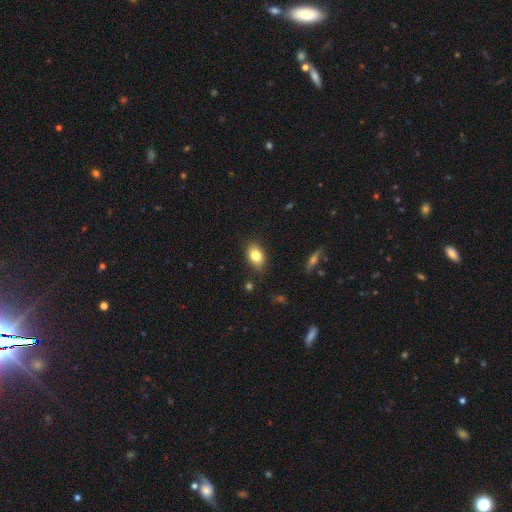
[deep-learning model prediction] Smooth or featured? smooth (81%)
How rounded? in between (84%)
Merging? none (82%)